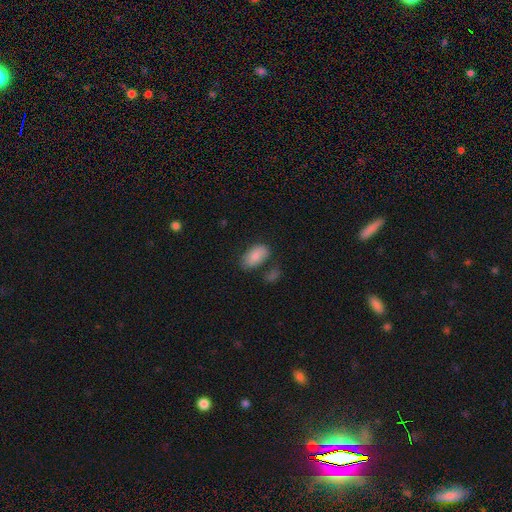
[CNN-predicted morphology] type=smooth (83%); roundness=in between (93%); merging=none (63%).